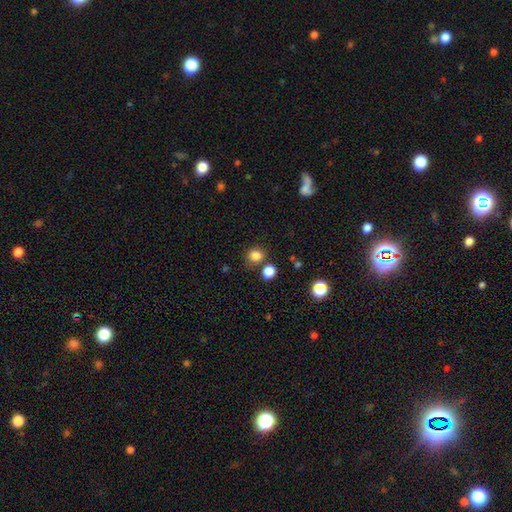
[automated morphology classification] Q: Smooth or featured?
A: smooth (83%); runner-up: star or artifact (13%)
Q: How rounded?
A: round (77%); runner-up: in between (22%)
Q: Merging?
A: none (73%); runner-up: merger (12%)